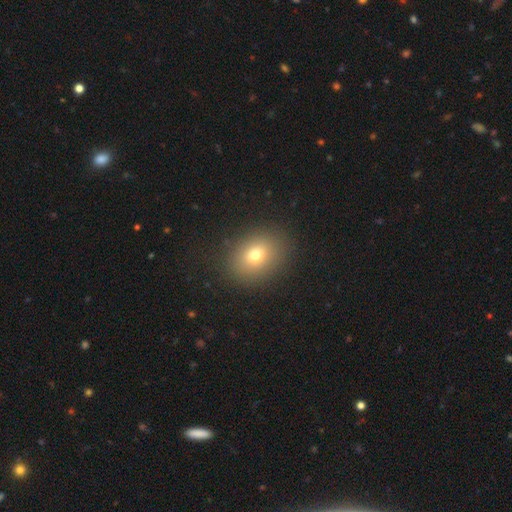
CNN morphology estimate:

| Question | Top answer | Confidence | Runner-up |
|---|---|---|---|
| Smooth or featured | smooth | 72% | star or artifact (15%) |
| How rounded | in between | 50% | round (49%) |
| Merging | none | 87% | minor disturbance (8%) |